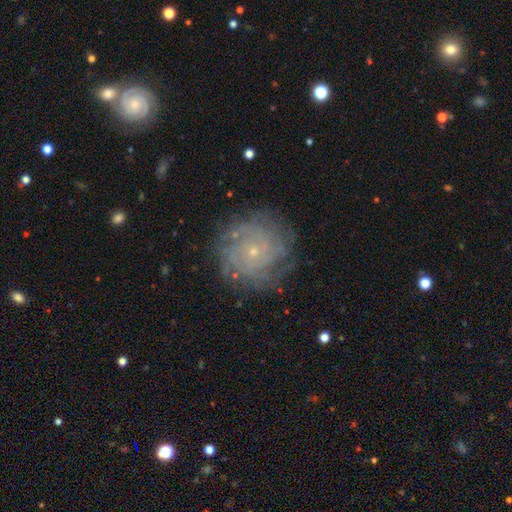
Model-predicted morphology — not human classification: The model was most divided on "spiral arm count": can't tell: 50%, 4: 12%, more than 4: 11%, 2: 10%, 3: 10%, 1: 7%. More confident: edge-on disk — no (97%); spiral arms — yes (87%); bulge size — small (85%); bar — no (84%); merging — none (82%); spiral winding — tight (75%); smooth or featured — featured or disk (64%).